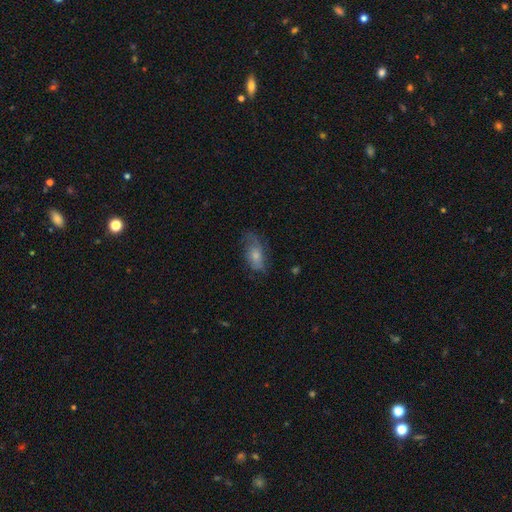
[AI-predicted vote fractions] Smooth or featured: smooth — 62% (featured or disk — 30%)
How rounded: in between — 89% (cigar-shaped — 6%)
Merging: none — 53% (minor disturbance — 29%)